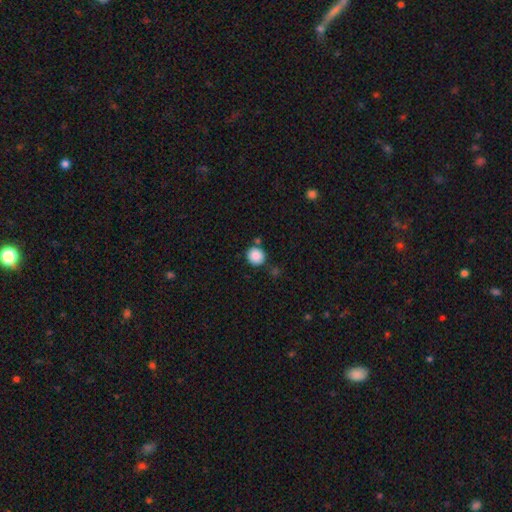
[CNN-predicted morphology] Smooth or featured? smooth (87%)
How rounded? round (91%)
Merging? none (78%)